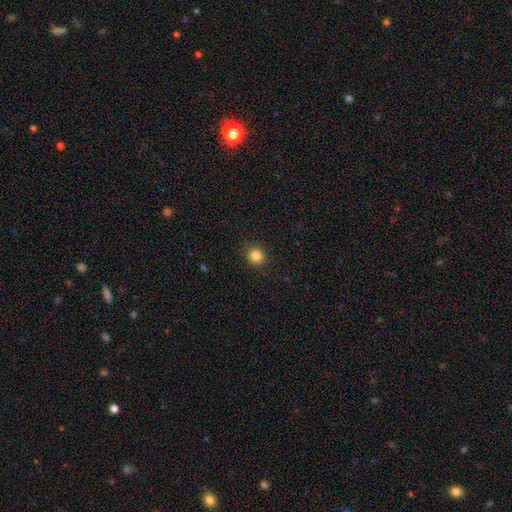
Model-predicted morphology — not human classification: smooth-or-featured: smooth: 84% | star or artifact: 12% | featured or disk: 4%
  how-rounded: round: 87% | in between: 13% | cigar-shaped: 1%
  merging: none: 92% | minor disturbance: 6% | major disturbance: 2% | merger: 1%